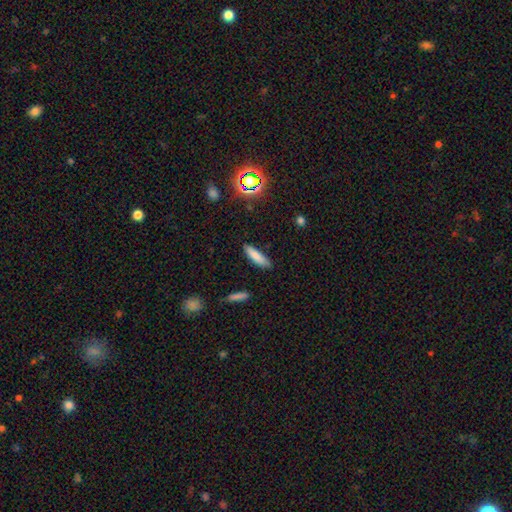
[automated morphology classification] smooth_or_featured: smooth (p=0.81) [alt: featured or disk p=0.10]
how_rounded: cigar-shaped (p=0.65) [alt: in between p=0.33]
merging: none (p=0.84) [alt: minor disturbance p=0.12]